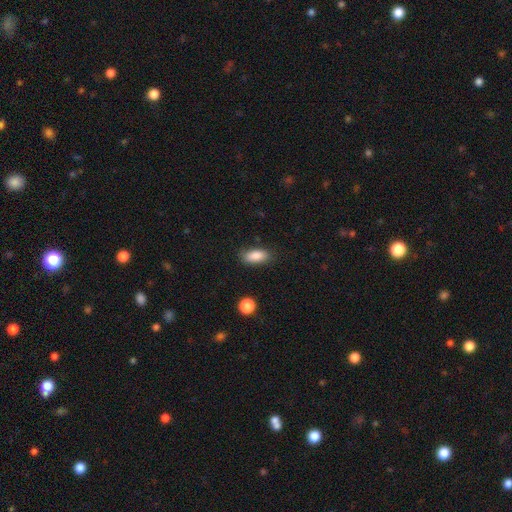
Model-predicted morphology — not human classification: Smooth or featured? Predicted: smooth (p=0.87). How rounded? Predicted: in between (p=0.86). Merging? Predicted: none (p=0.83).